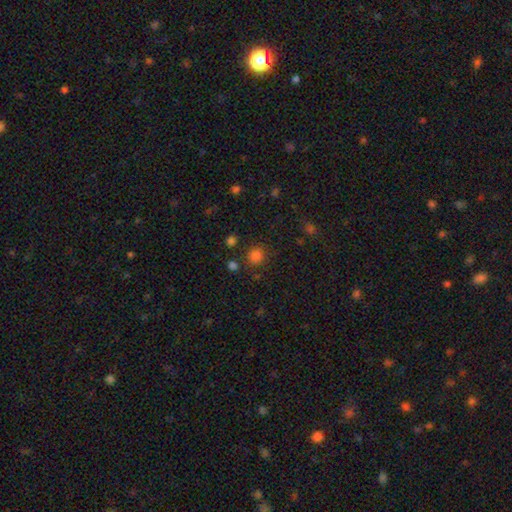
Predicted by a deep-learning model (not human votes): This appears to be a smooth galaxy with no disk features (80%) that is round (87%). Merging: none (81%).